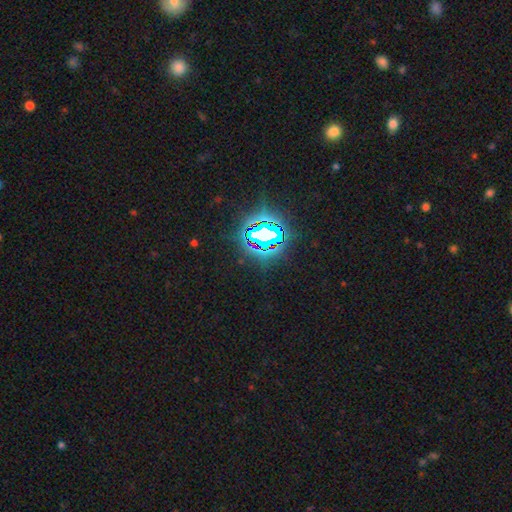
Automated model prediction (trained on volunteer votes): smooth_or_featured: star or artifact (p=0.84) [alt: smooth p=0.10]